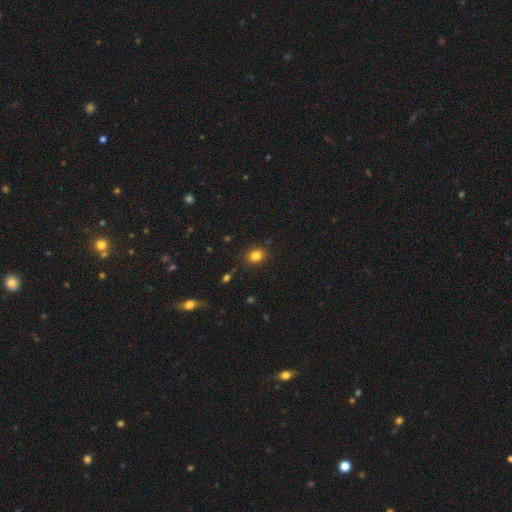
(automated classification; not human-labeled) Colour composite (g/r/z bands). It shows a smooth galaxy with no disk features (82%) that is round (61%). Merging: none (86%).